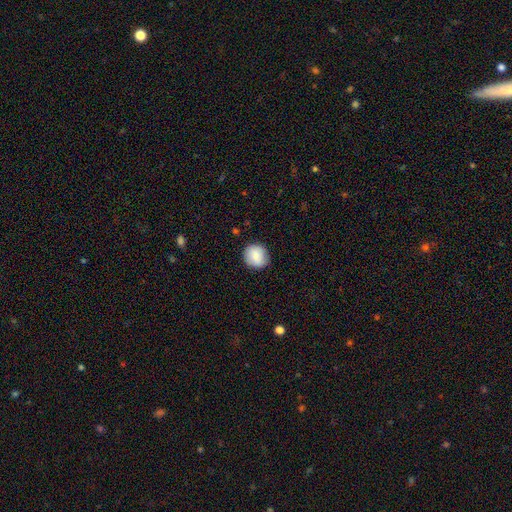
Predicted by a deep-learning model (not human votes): Morphology: type=smooth (84%); roundness=round (88%); merging=none (86%).